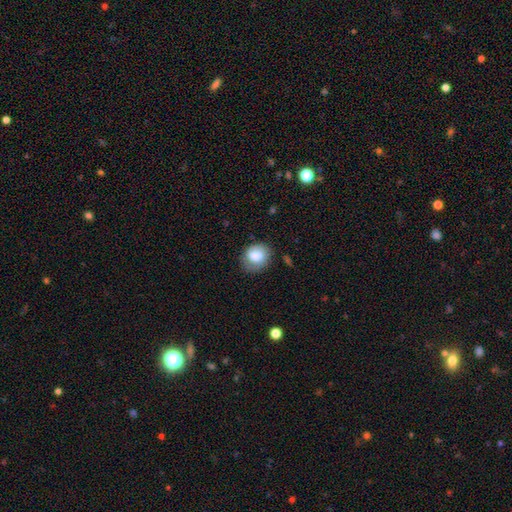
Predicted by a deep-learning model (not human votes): smooth_or_featured: smooth (p=0.76) [alt: featured or disk p=0.16]
how_rounded: round (p=0.54) [alt: in between p=0.45]
merging: none (p=0.70) [alt: minor disturbance p=0.22]